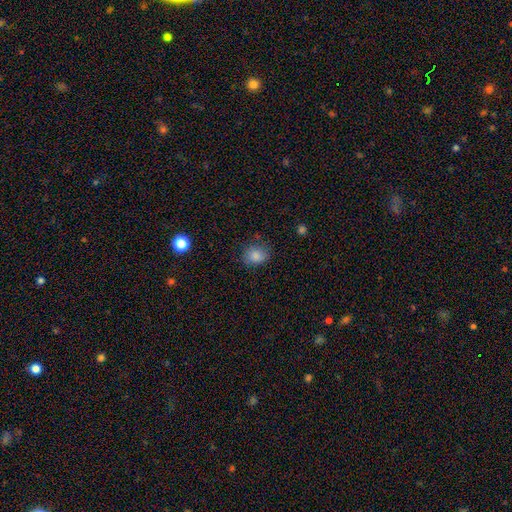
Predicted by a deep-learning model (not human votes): Q: Smooth or featured?
A: smooth (84%); runner-up: star or artifact (10%)
Q: How rounded?
A: round (55%); runner-up: in between (44%)
Q: Merging?
A: none (75%); runner-up: minor disturbance (19%)